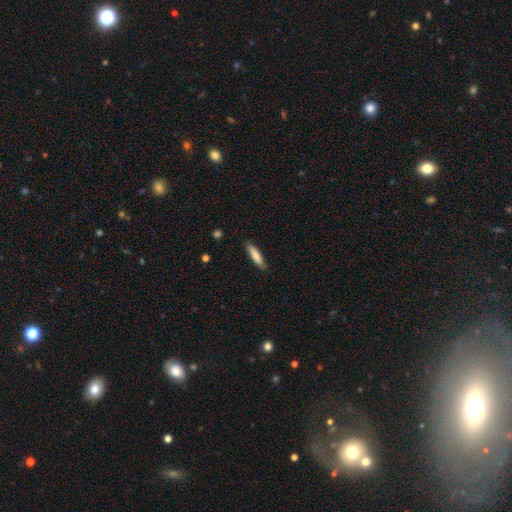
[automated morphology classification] A smooth galaxy with no disk features (81%) that is cigar-shaped (78%).

Vote fractions:
- Smooth or featured? smooth: 81% / featured or disk: 13% / star or artifact: 6%
- How rounded? cigar-shaped: 78% / in between: 20% / round: 1%
- Merging? none: 84% / minor disturbance: 12% / major disturbance: 2% / merger: 1%